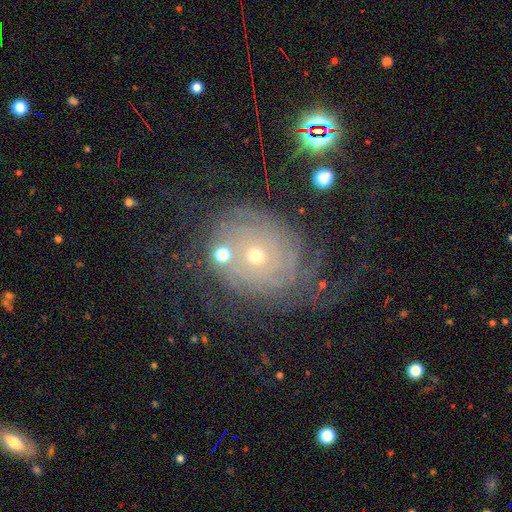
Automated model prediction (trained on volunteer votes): Smooth or featured: featured or disk — 77% (star or artifact — 12%)
Edge-on disk: no — 97% (yes — 3%)
Bar: no — 83% (weak — 13%)
Spiral arms: yes — 91% (no — 9%)
Spiral winding: tight — 76% (medium — 18%)
Spiral arm count: can't tell — 42% (2 — 17%)
Bulge size: small — 67% (moderate — 30%)
Merging: none — 60% (minor disturbance — 18%)